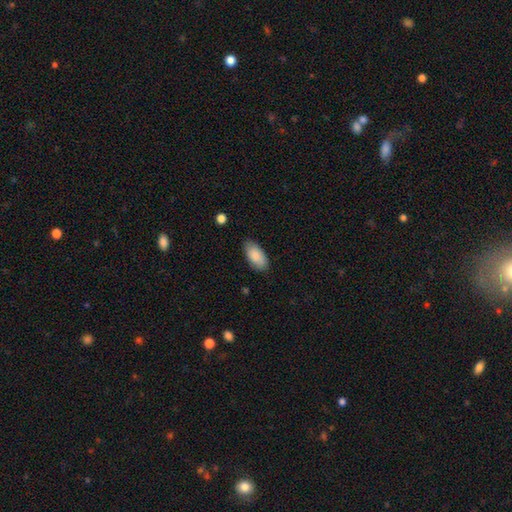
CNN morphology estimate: A smooth galaxy with no disk features (88%) that is in between round and cigar-shaped (93%). Merging: none (82%).